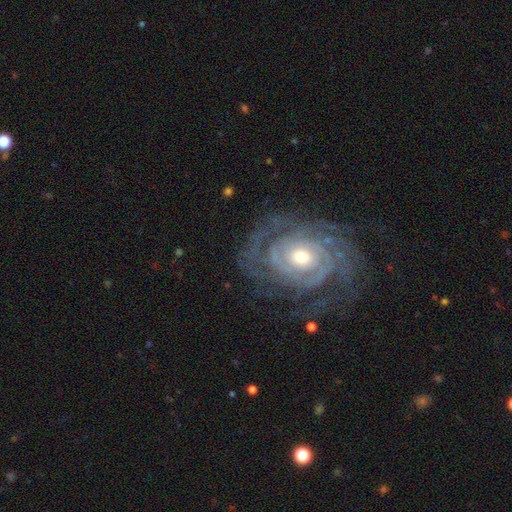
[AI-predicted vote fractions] Morphology: type=featured or disk (88%); edge-on=no (97%); bar=no (70%); spiral arms=yes (95%); winding=tight (77%); arm count=can't tell (28%); bulge=moderate (64%); merging=none (75%).